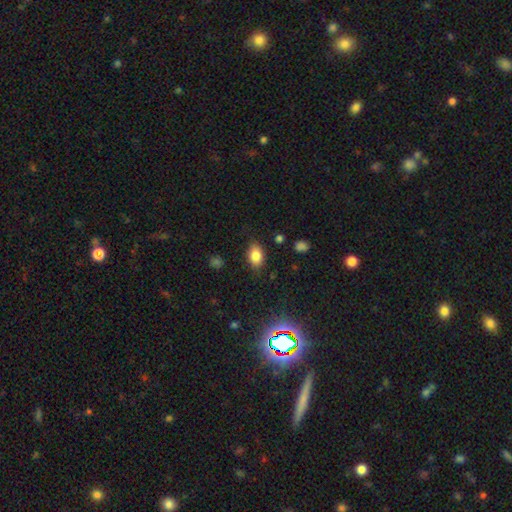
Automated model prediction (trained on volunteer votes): Smooth or featured? Predicted: smooth (p=0.83). How rounded? Predicted: in between (p=0.83). Merging? Predicted: none (p=0.81).